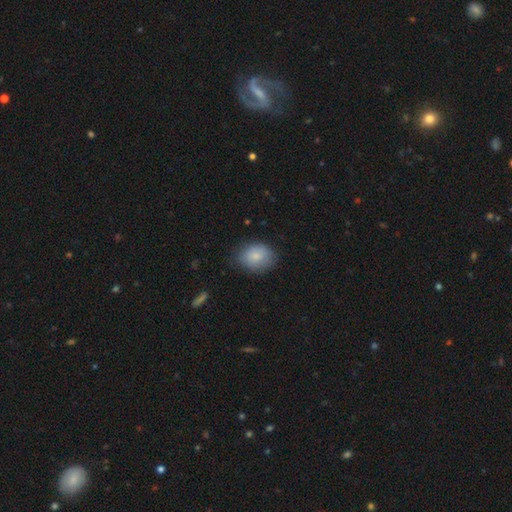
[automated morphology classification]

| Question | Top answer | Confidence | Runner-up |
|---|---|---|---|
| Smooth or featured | smooth | 83% | featured or disk (9%) |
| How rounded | in between | 53% | round (46%) |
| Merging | none | 76% | minor disturbance (19%) |